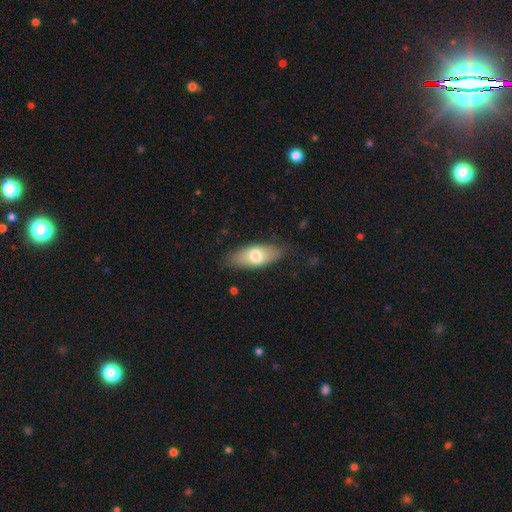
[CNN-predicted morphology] A smooth galaxy with no disk features (71%) that is in between round and cigar-shaped (79%).

Vote fractions:
- Smooth or featured? smooth: 71% / featured or disk: 23% / star or artifact: 6%
- How rounded? in between: 79% / cigar-shaped: 18% / round: 3%
- Merging? none: 81% / minor disturbance: 14% / major disturbance: 3% / merger: 1%